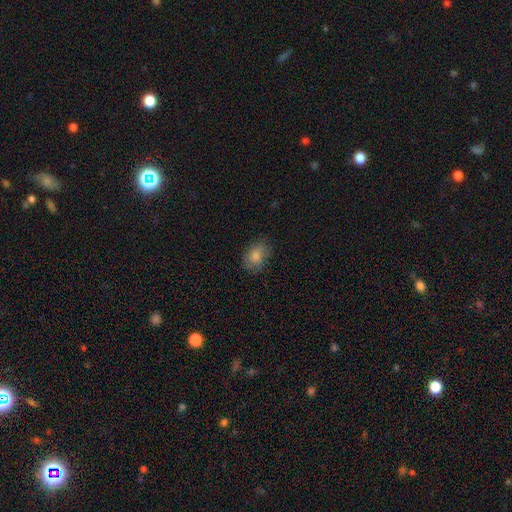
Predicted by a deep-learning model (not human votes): Smooth or featured: smooth — 76% (featured or disk — 13%)
How rounded: in between — 72% (round — 26%)
Merging: none — 77% (minor disturbance — 17%)